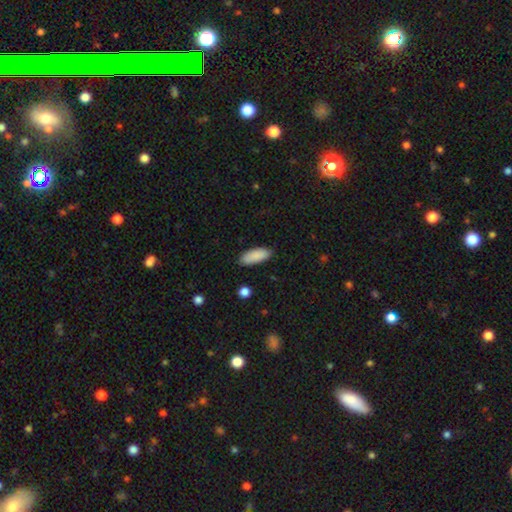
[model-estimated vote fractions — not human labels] Smooth or featured: smooth — 89% (star or artifact — 6%)
How rounded: in between — 81% (cigar-shaped — 18%)
Merging: none — 84% (minor disturbance — 12%)